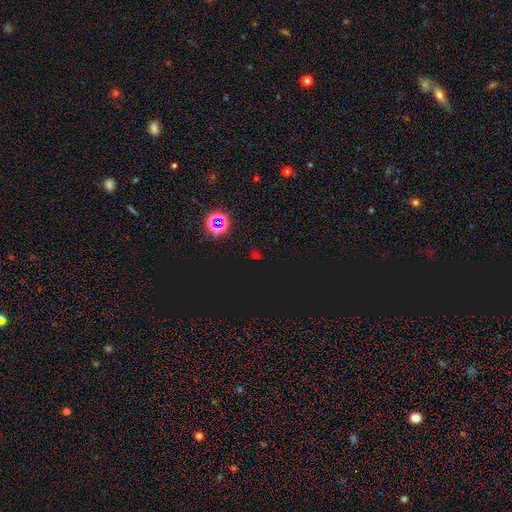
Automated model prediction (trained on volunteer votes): Smooth or featured? Predicted: star or artifact (p=0.77).